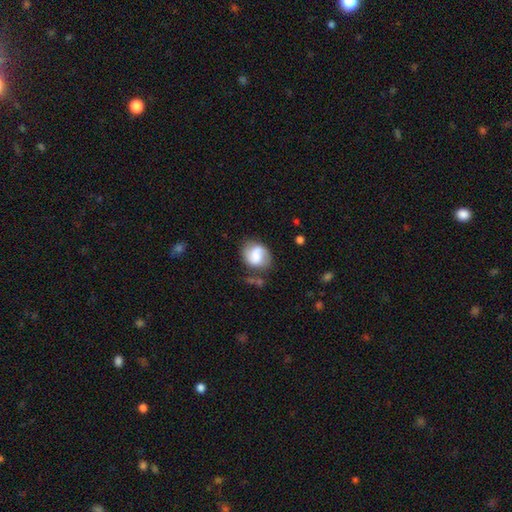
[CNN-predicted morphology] Q: Smooth or featured?
A: smooth (52%); runner-up: featured or disk (39%)
Q: How rounded?
A: round (58%); runner-up: in between (41%)
Q: Merging?
A: none (57%); runner-up: minor disturbance (25%)